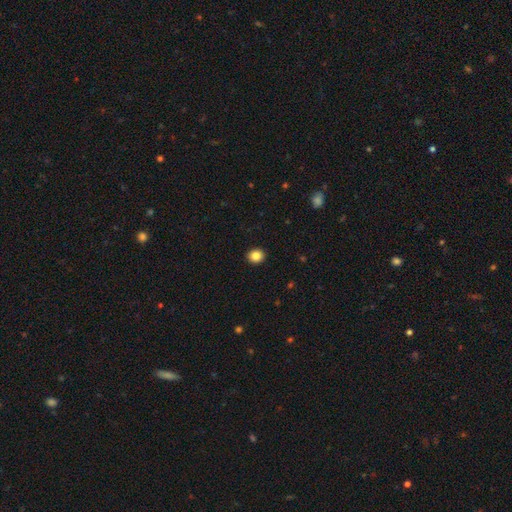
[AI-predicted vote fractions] Smooth or featured: smooth — 85% (star or artifact — 10%)
How rounded: round — 79% (in between — 20%)
Merging: none — 93% (minor disturbance — 5%)